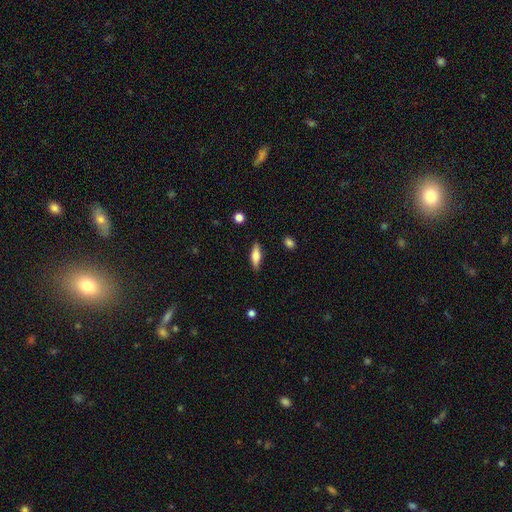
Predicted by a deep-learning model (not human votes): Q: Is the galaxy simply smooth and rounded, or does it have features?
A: smooth — 63%.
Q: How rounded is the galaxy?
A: cigar-shaped — 51%.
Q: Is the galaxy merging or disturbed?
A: none — 85%.